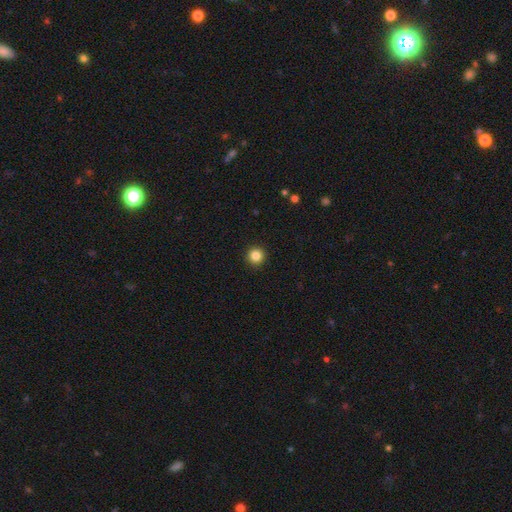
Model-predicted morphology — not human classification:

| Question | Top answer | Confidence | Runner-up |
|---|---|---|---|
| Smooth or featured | smooth | 85% | star or artifact (11%) |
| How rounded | round | 96% | in between (3%) |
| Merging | none | 94% | minor disturbance (4%) |